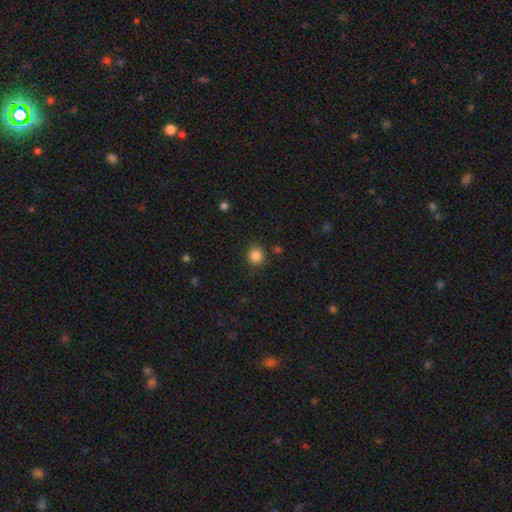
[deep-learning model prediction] Smooth or featured: smooth — 86% (star or artifact — 11%)
How rounded: round — 87% (in between — 12%)
Merging: none — 85% (minor disturbance — 10%)